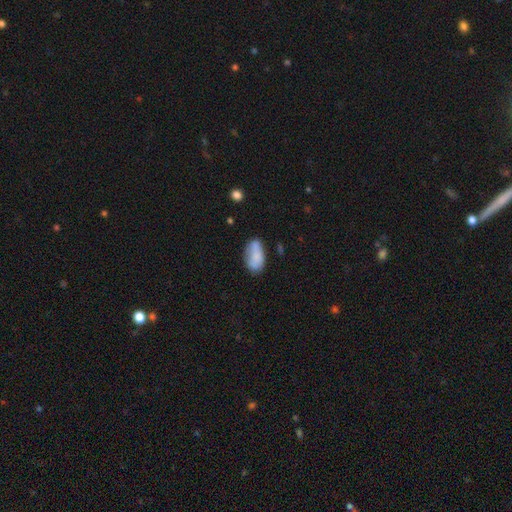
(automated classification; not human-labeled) Smooth or featured: smooth — 77% (featured or disk — 15%)
How rounded: in between — 92% (round — 4%)
Merging: none — 54% (minor disturbance — 28%)